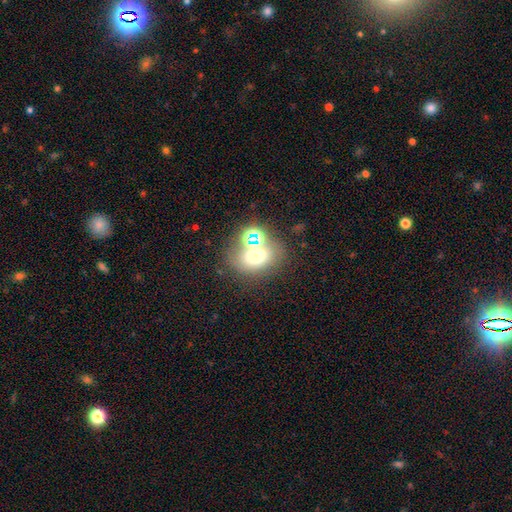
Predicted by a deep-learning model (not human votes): This is possibly a smooth galaxy (57%). How rounded: possibly in between (55%). Merging: possibly none (50%).